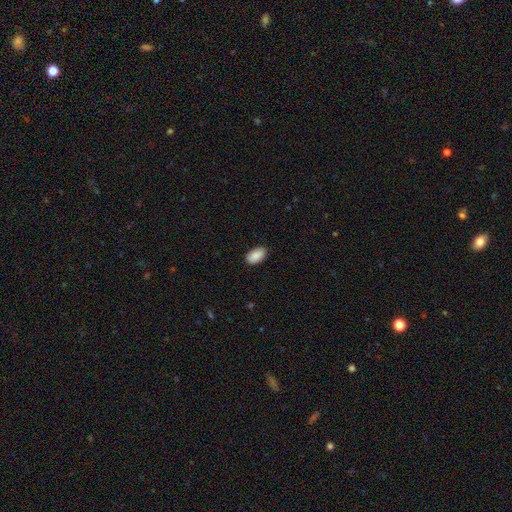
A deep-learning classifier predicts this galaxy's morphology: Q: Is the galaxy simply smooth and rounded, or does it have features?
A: smooth — 89%.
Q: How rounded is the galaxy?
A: in between — 94%.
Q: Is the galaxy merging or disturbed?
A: none — 85%.